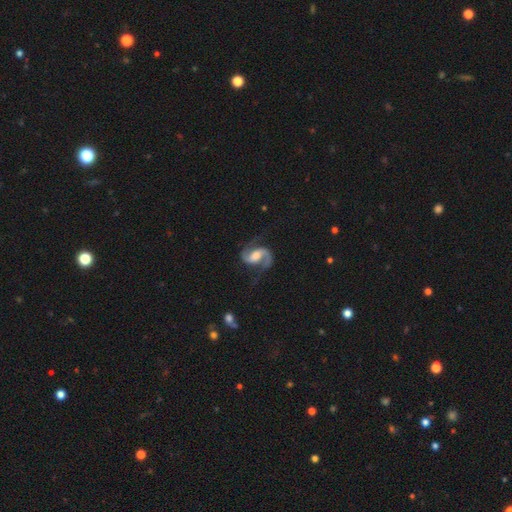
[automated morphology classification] Q: Smooth or featured?
A: featured or disk (90%); runner-up: smooth (6%)
Q: Edge-on disk?
A: no (98%); runner-up: yes (2%)
Q: Bar?
A: weak (45%); runner-up: no (29%)
Q: Spiral arms?
A: yes (98%); runner-up: no (2%)
Q: Spiral winding?
A: medium (55%); runner-up: loose (33%)
Q: Spiral arm count?
A: 2 (93%); runner-up: 1 (2%)
Q: Bulge size?
A: moderate (47%); runner-up: large (24%)
Q: Merging?
A: none (73%); runner-up: minor disturbance (15%)